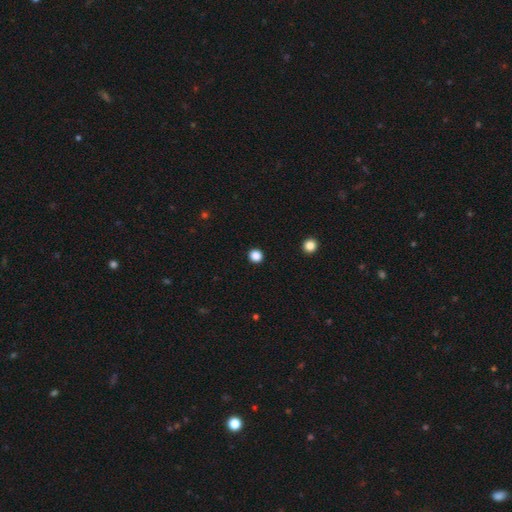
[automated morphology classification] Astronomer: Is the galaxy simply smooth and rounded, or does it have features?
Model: smooth — 85%.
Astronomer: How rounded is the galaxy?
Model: round — 90%.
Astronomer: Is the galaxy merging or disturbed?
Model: none — 93%.